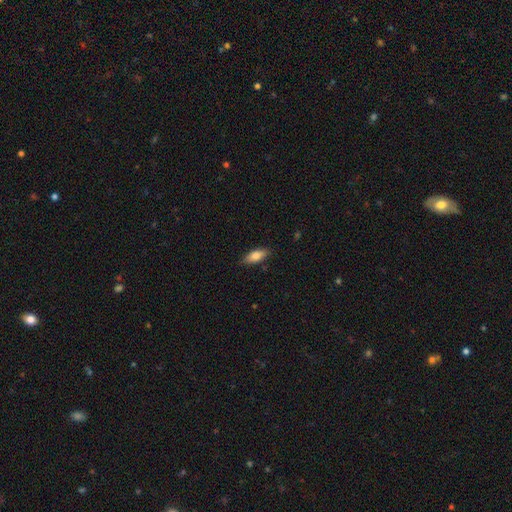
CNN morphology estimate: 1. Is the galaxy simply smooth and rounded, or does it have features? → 80% smooth, 14% featured or disk, 7% star or artifact.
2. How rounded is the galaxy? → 78% in between, 20% cigar-shaped, 2% round.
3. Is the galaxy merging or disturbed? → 84% none, 13% minor disturbance, 2% major disturbance, 1% merger.